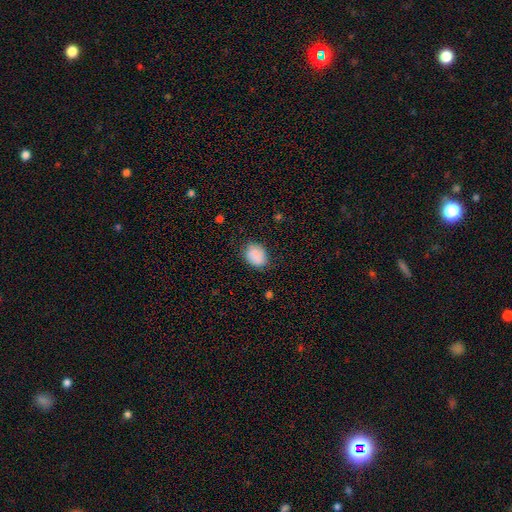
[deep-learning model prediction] Smooth or featured? Predicted: smooth (p=0.88). How rounded? Predicted: in between (p=0.62). Merging? Predicted: none (p=0.76).